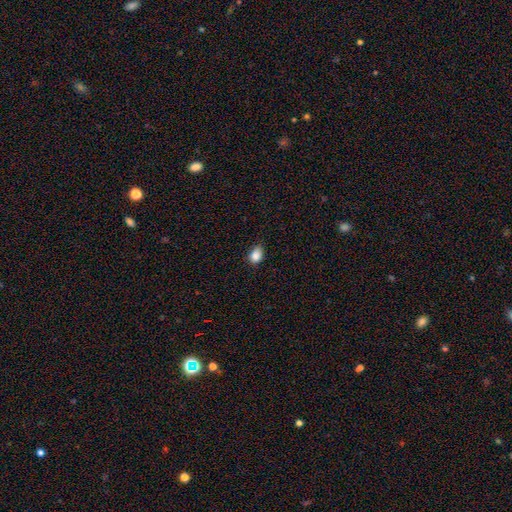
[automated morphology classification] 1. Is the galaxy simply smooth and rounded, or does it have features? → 87% smooth, 9% star or artifact, 4% featured or disk.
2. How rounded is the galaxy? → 74% in between, 25% round, 1% cigar-shaped.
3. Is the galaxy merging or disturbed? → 77% none, 19% minor disturbance, 3% major disturbance, 1% merger.